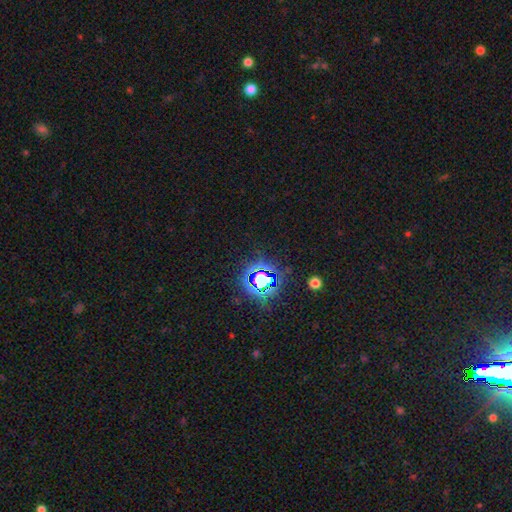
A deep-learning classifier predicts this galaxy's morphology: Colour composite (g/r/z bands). It shows a star or artifact, not a galaxy (82%).